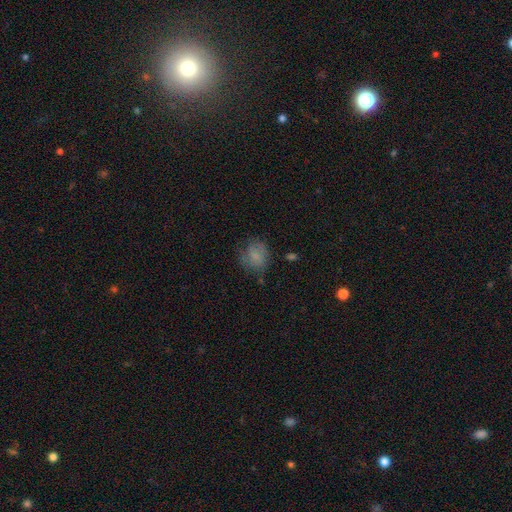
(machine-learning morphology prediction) The model was most divided on "merging": none: 59%, minor disturbance: 26%, major disturbance: 13%, merger: 2%. More confident: smooth or featured — smooth (72%); how rounded — round (69%).